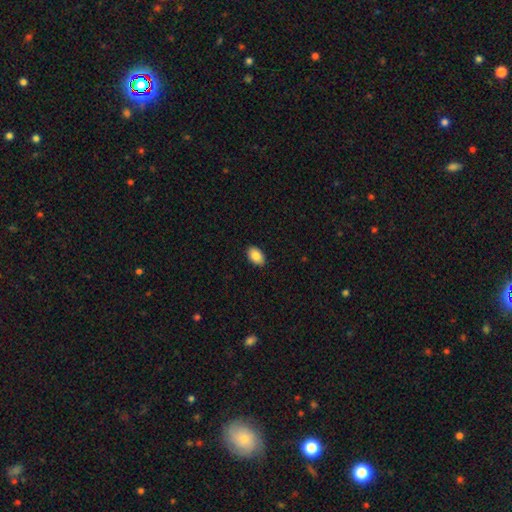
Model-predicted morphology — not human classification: type=smooth (87%); roundness=in between (91%); merging=none (90%).